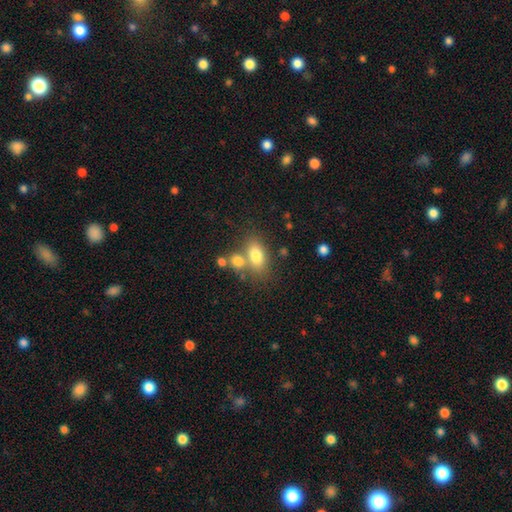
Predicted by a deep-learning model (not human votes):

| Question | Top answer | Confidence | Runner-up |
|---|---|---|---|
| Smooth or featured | smooth | 77% | featured or disk (14%) |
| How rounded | in between | 85% | round (10%) |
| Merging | none | 51% | merger (33%) |